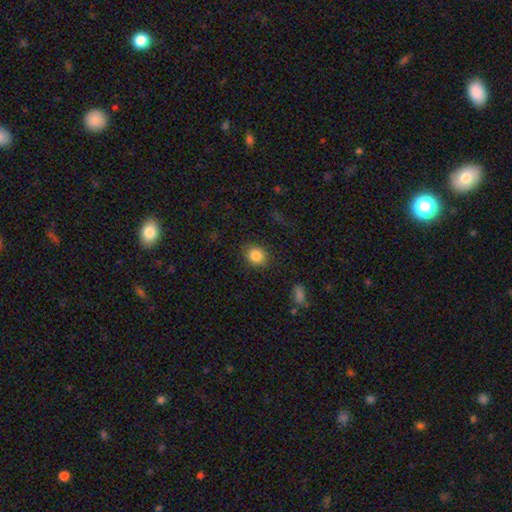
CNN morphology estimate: The model was most divided on "how rounded": round: 67%, in between: 32%, cigar-shaped: 1%. More confident: merging — none (85%); smooth or featured — smooth (85%).